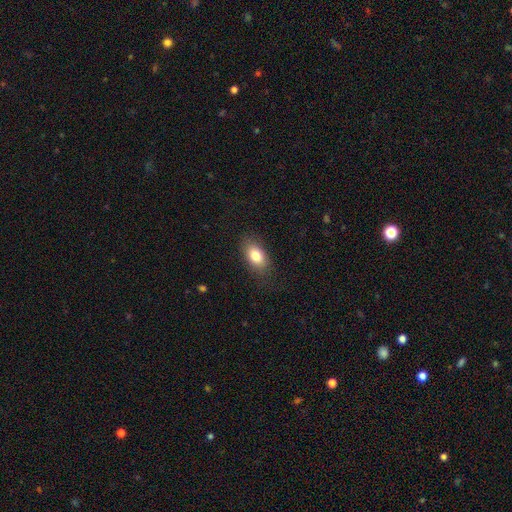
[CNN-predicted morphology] Smooth or featured: smooth — 81% (featured or disk — 11%)
How rounded: in between — 89% (round — 8%)
Merging: none — 81% (minor disturbance — 14%)